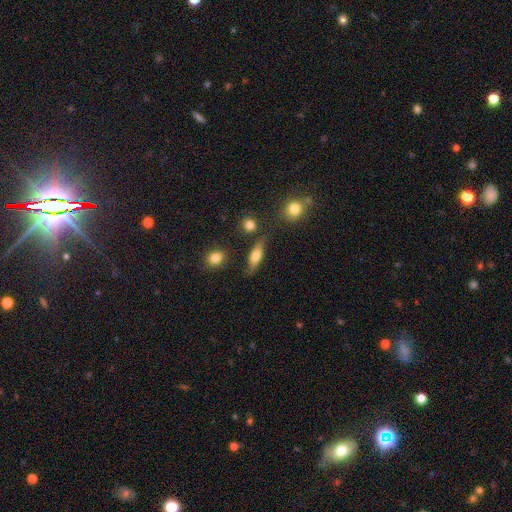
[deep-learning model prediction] Q: Smooth or featured?
A: smooth (63%); runner-up: featured or disk (29%)
Q: How rounded?
A: in between (59%); runner-up: cigar-shaped (35%)
Q: Merging?
A: none (74%); runner-up: minor disturbance (16%)